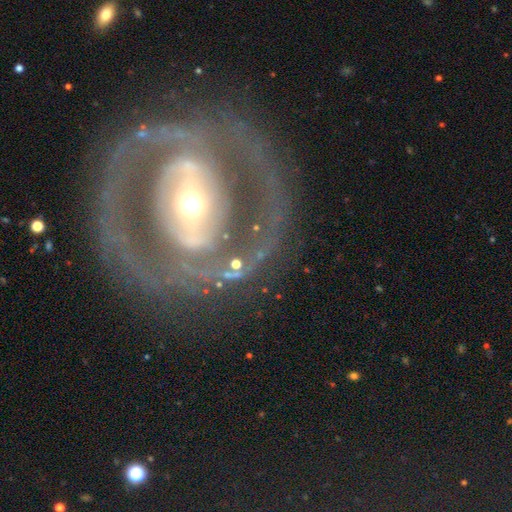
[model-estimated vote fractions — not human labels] Smooth or featured? featured or disk (81%)
Edge-on disk? no (95%)
Bar? strong (43%)
Spiral arms? yes (62%)
Bulge size? moderate (57%)
Merging? none (73%)